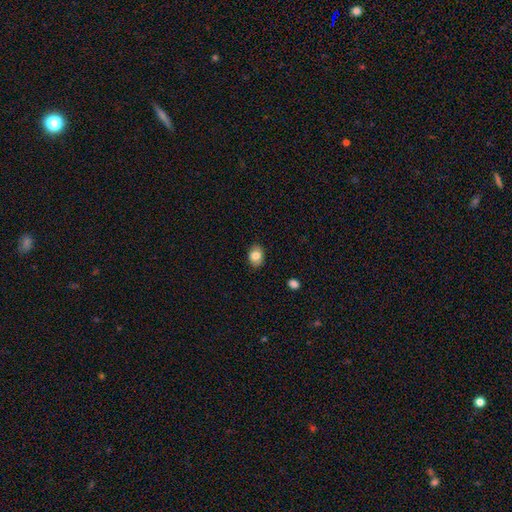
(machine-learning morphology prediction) smooth-or-featured: smooth: 83% | featured or disk: 9% | star or artifact: 8%
  how-rounded: in between: 68% | round: 31% | cigar-shaped: 1%
  merging: none: 87% | minor disturbance: 10% | major disturbance: 2% | merger: 1%